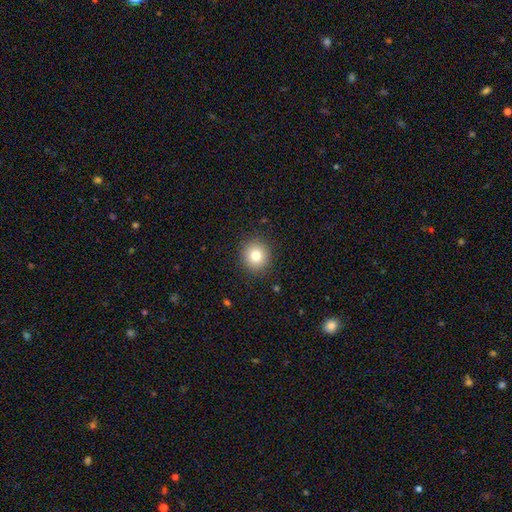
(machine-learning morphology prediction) This appears to be a smooth galaxy with no disk features (80%) that is round (90%). Merging: none (90%).